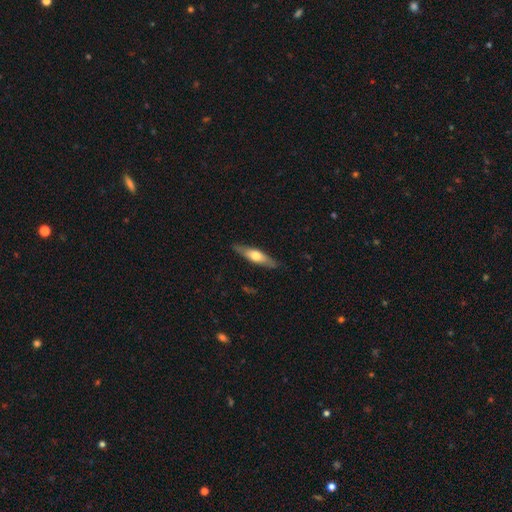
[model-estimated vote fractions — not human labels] Smooth or featured? smooth (49%)
Merging? none (85%)